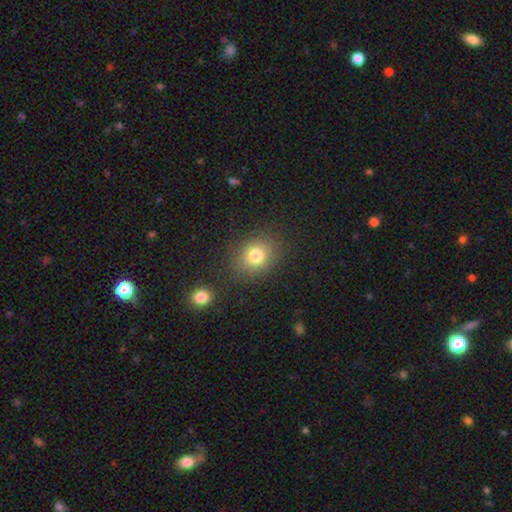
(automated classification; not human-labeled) Smooth or featured: smooth — 79% (star or artifact — 12%)
How rounded: round — 57% (in between — 42%)
Merging: none — 82% (minor disturbance — 11%)